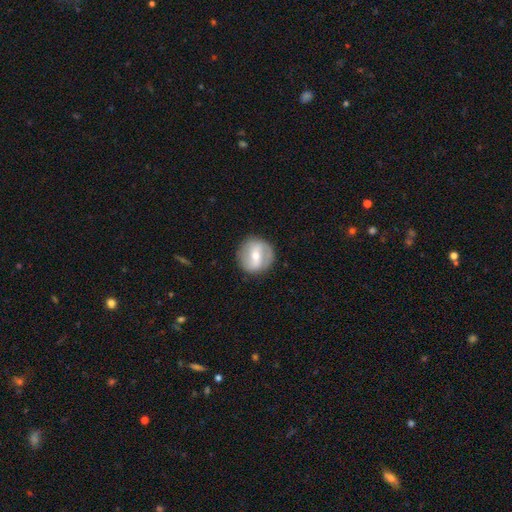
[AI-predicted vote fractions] A featured or disk galaxy (64%) with a strong bar (46%), spiral arms (64%) and a moderate central bulge (57%).

Vote fractions:
- Smooth or featured? featured or disk: 64% / smooth: 30% / star or artifact: 6%
- Edge-on disk? no: 95% / yes: 5%
- Bar? strong: 46% / weak: 37% / no: 17%
- Spiral arms? yes: 64% / no: 36%
- Bulge size? moderate: 57% / small: 38% / large: 3% / none: 1% / dominant: 1%
- Merging? none: 86% / minor disturbance: 9% / major disturbance: 4% / merger: 1%